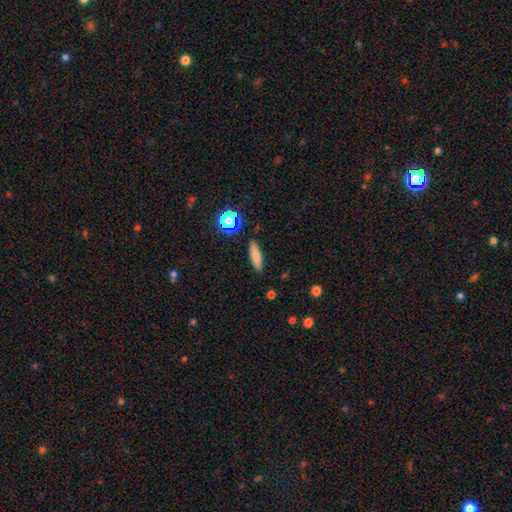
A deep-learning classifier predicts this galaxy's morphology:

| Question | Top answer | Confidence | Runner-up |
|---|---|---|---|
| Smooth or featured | smooth | 81% | star or artifact (10%) |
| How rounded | cigar-shaped | 65% | in between (32%) |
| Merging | none | 88% | minor disturbance (8%) |